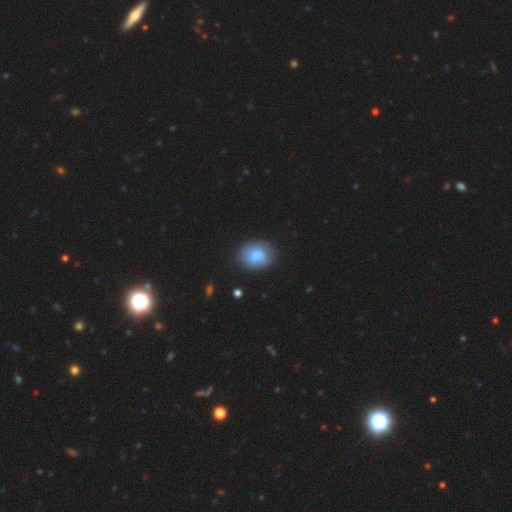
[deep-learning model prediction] This appears to be a smooth galaxy with no disk features (64%) that is round (52%). Merging: none (74%).